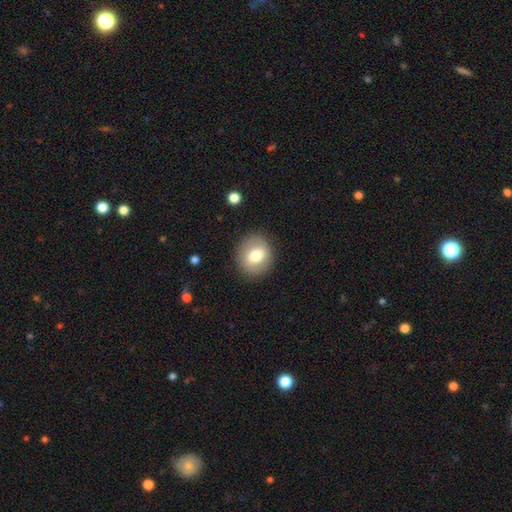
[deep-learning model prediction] Overall: smooth (70%). How rounded: round (73%). Merging: none (87%).